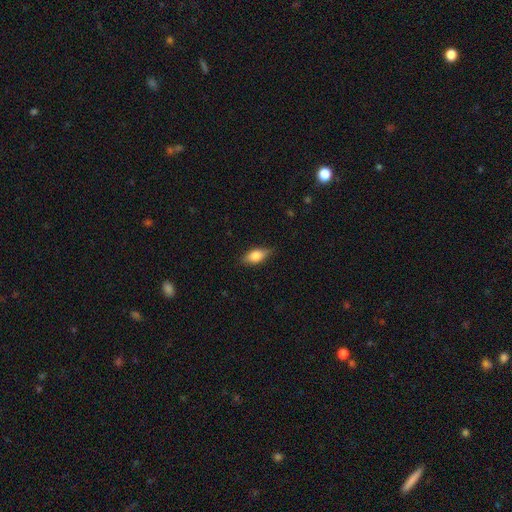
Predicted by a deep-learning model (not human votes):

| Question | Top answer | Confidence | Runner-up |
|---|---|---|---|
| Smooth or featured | smooth | 76% | featured or disk (17%) |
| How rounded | in between | 84% | cigar-shaped (12%) |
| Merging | none | 81% | minor disturbance (16%) |